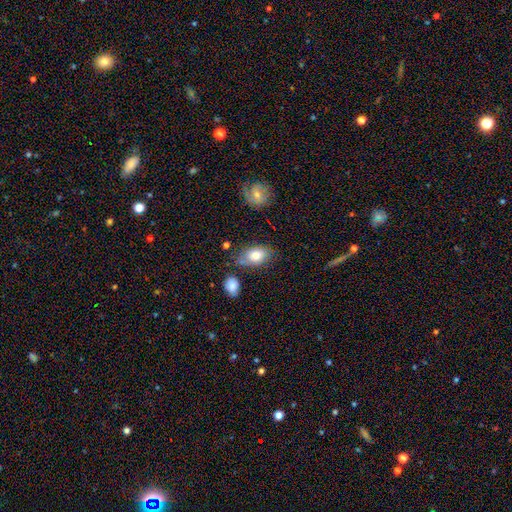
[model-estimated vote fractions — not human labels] Smooth or featured? smooth (76%)
How rounded? in between (89%)
Merging? none (65%)